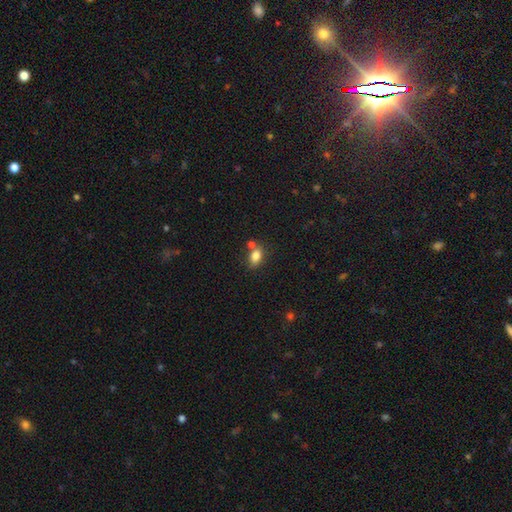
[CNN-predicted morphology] Smooth or featured? Predicted: smooth (p=0.81). How rounded? Predicted: in between (p=0.81). Merging? Predicted: none (p=0.59).